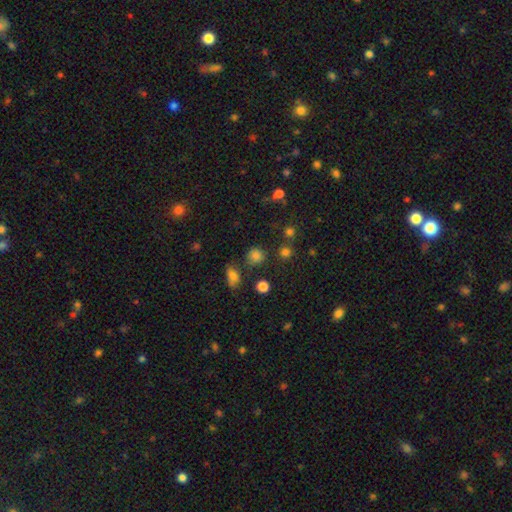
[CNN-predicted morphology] A smooth galaxy with no disk features (77%) that is round (87%).

Vote fractions:
- Smooth or featured? smooth: 77% / star or artifact: 17% / featured or disk: 6%
- How rounded? round: 87% / in between: 12% / cigar-shaped: 1%
- Merging? none: 78% / minor disturbance: 11% / merger: 6% / major disturbance: 4%